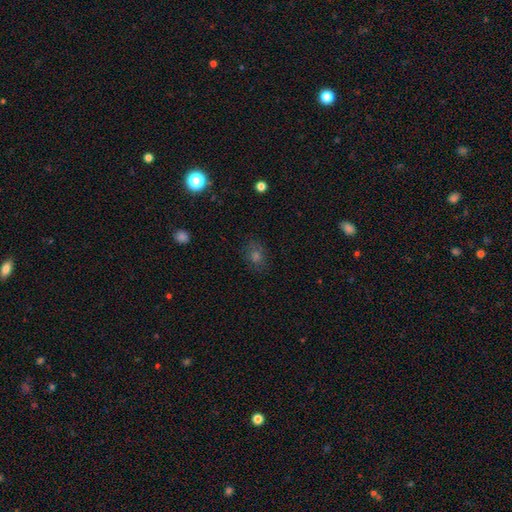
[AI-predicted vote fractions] smooth 58%, star or artifact 28%, featured or disk 14%. Down the decision tree: how rounded — round (53%); merging — none (81%).